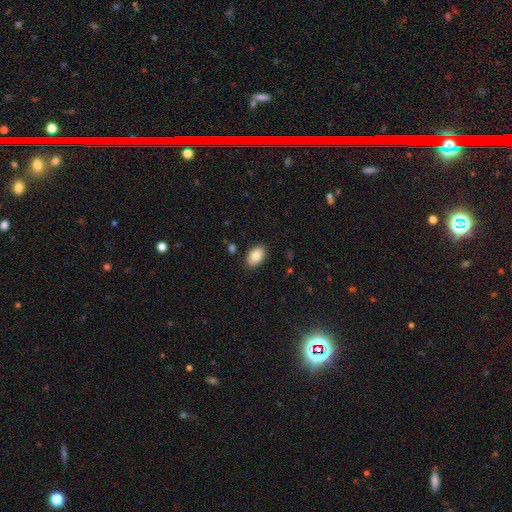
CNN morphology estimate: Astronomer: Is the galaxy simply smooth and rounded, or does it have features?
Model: smooth — 85%.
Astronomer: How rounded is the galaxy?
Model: in between — 89%.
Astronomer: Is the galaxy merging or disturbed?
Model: none — 88%.